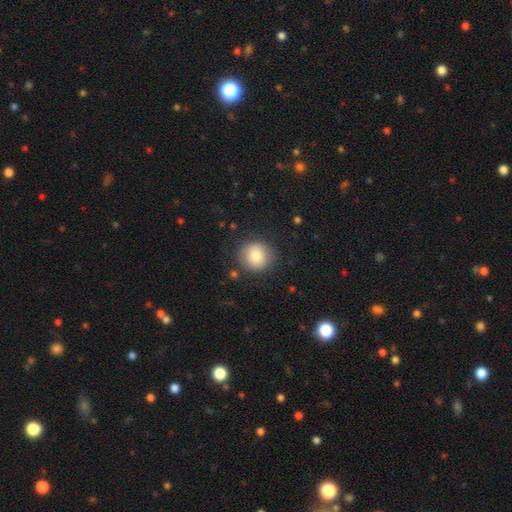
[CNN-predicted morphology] Smooth or featured: smooth — 79% (featured or disk — 11%)
How rounded: round — 93% (in between — 6%)
Merging: none — 86% (minor disturbance — 9%)